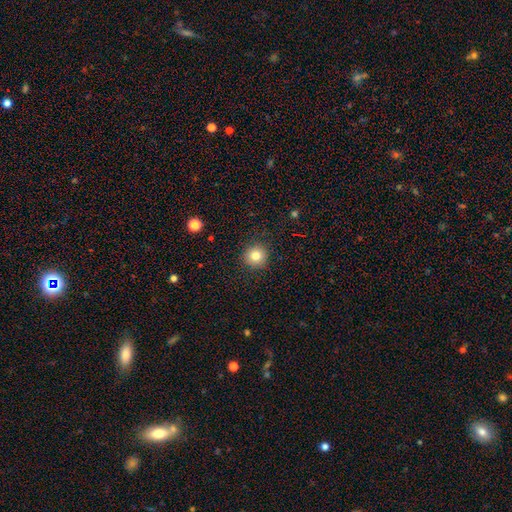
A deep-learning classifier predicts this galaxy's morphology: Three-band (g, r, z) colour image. It shows a smooth galaxy with no disk features (81%) that is round (94%). Merging: none (91%).